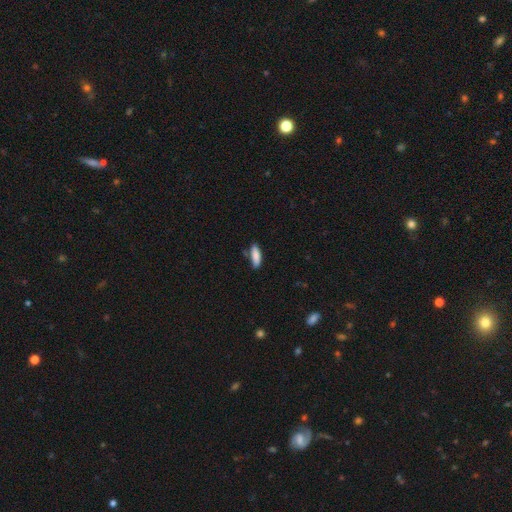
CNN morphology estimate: type=smooth (86%); roundness=in between (56%); merging=none (72%).